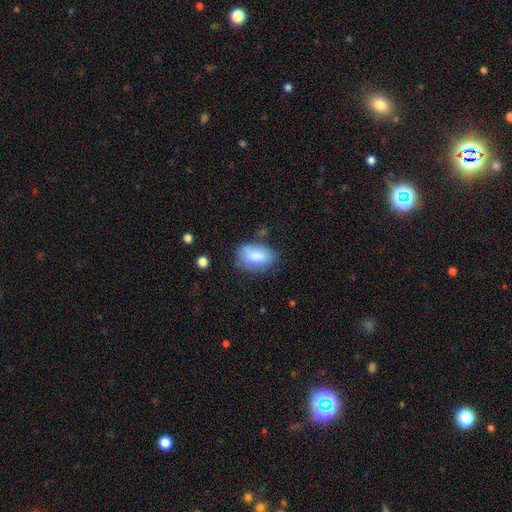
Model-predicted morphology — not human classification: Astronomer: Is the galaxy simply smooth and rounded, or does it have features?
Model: smooth — 81%.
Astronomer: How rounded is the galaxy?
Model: in between — 89%.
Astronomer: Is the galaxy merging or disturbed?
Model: none — 59%.